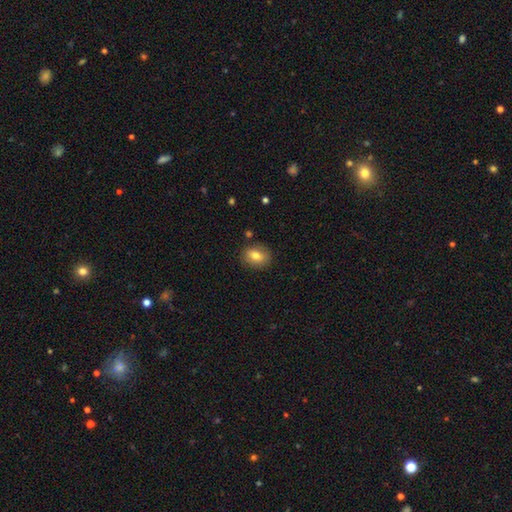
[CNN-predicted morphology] type=smooth (78%); roundness=in between (55%); merging=none (85%).